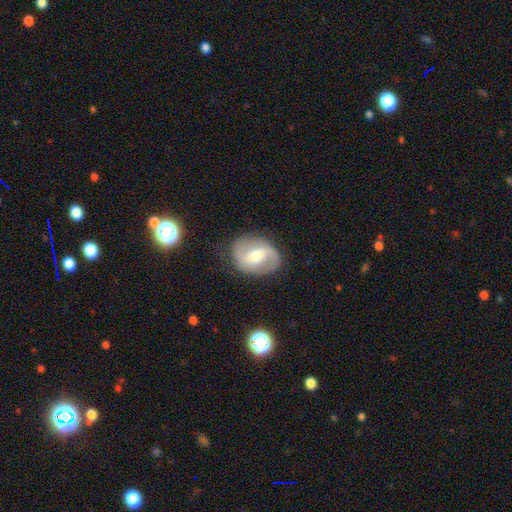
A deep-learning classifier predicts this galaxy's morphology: type=featured or disk (71%); edge-on=no (96%); bar=weak (45%); spiral arms=yes (81%); winding=medium (44%); arm count=2 (87%); bulge=moderate (65%); merging=none (79%).